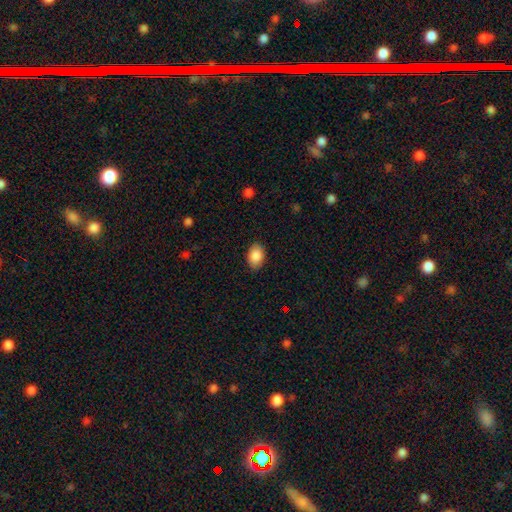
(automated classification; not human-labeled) The model was most divided on "merging": none: 86%, minor disturbance: 10%, major disturbance: 2%, merger: 1%. More confident: smooth or featured — smooth (88%); how rounded — in between (88%).